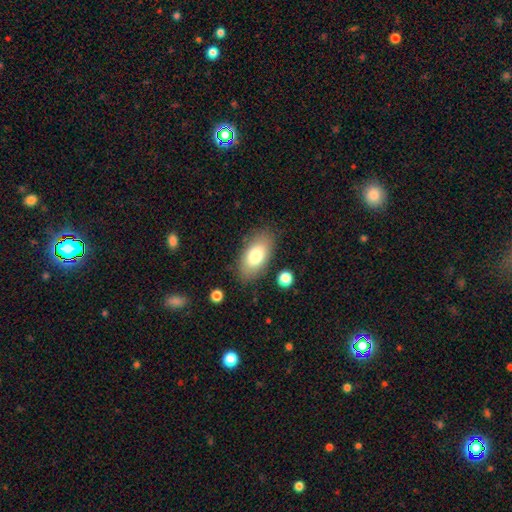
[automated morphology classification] type=smooth (77%); roundness=in between (92%); merging=none (82%).